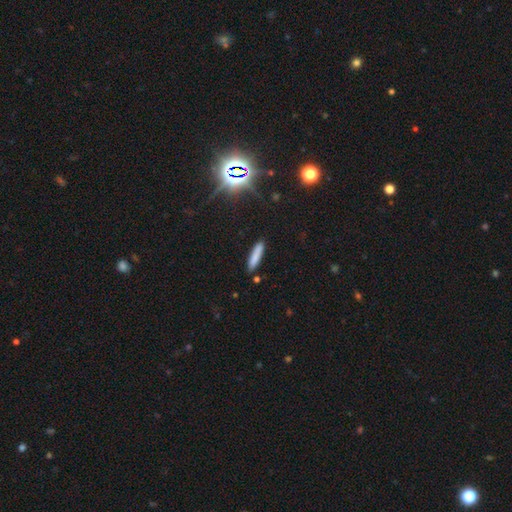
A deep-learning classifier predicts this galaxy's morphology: Q: Smooth or featured?
A: smooth (81%); runner-up: featured or disk (10%)
Q: How rounded?
A: cigar-shaped (86%); runner-up: in between (13%)
Q: Merging?
A: none (87%); runner-up: minor disturbance (9%)